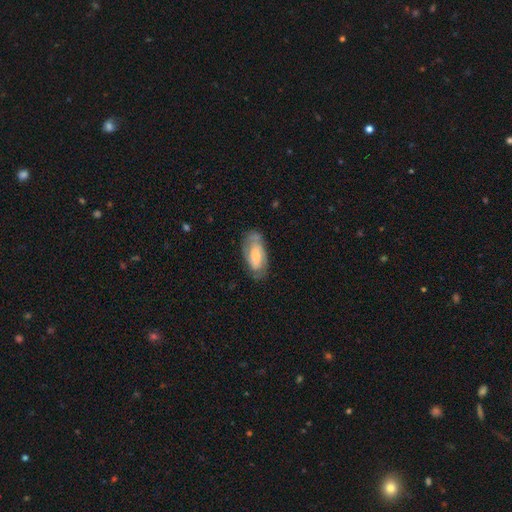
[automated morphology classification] A smooth galaxy with no disk features (47%, tied with featured or disk). Merging: none (66%).